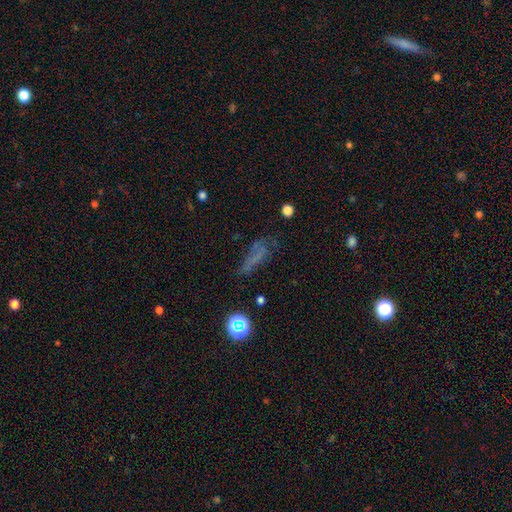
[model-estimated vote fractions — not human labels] smooth-or-featured: smooth: 49% | star or artifact: 27% | featured or disk: 25%
  merging: none: 50% | minor disturbance: 24% | major disturbance: 21% | merger: 5%